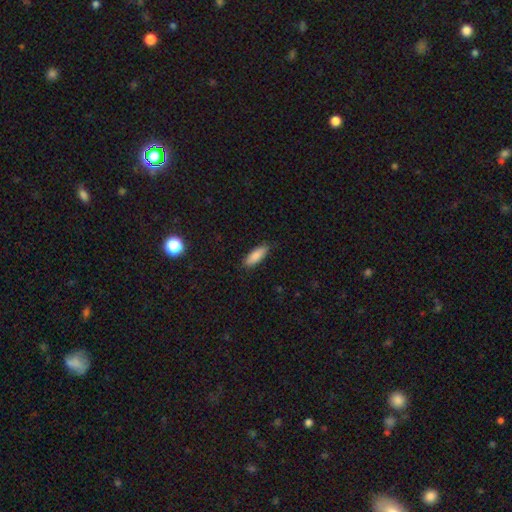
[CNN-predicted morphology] Q: Smooth or featured?
A: smooth (86%); runner-up: featured or disk (7%)
Q: How rounded?
A: in between (60%); runner-up: cigar-shaped (39%)
Q: Merging?
A: none (86%); runner-up: minor disturbance (11%)